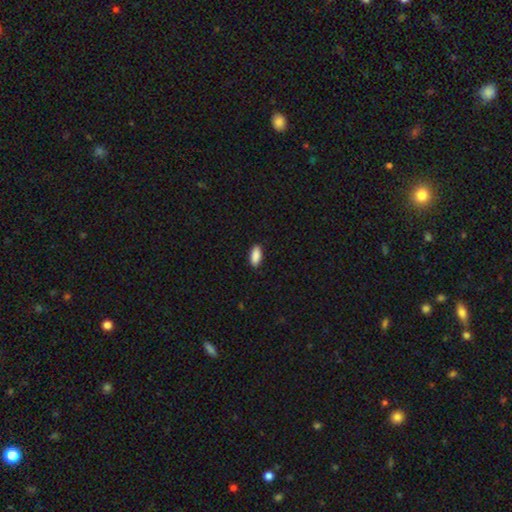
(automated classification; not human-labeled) A smooth galaxy with no disk features (90%) that is in between round and cigar-shaped (85%). Merging: none (89%).